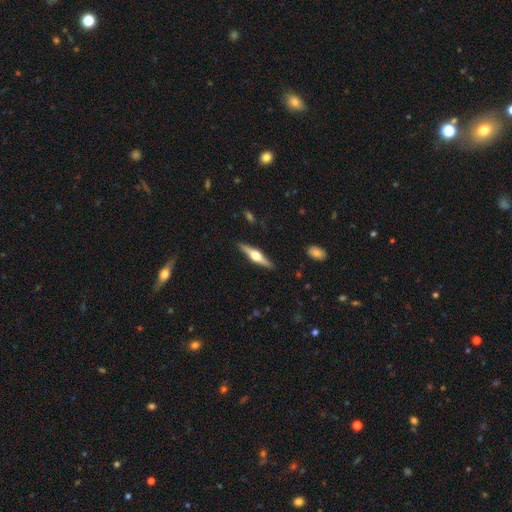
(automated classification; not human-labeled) Q: Smooth or featured?
A: featured or disk (71%); runner-up: smooth (24%)
Q: Edge-on disk?
A: yes (97%); runner-up: no (3%)
Q: Edge-on bulge?
A: rounded (95%); runner-up: boxy (4%)
Q: Merging?
A: none (90%); runner-up: minor disturbance (7%)